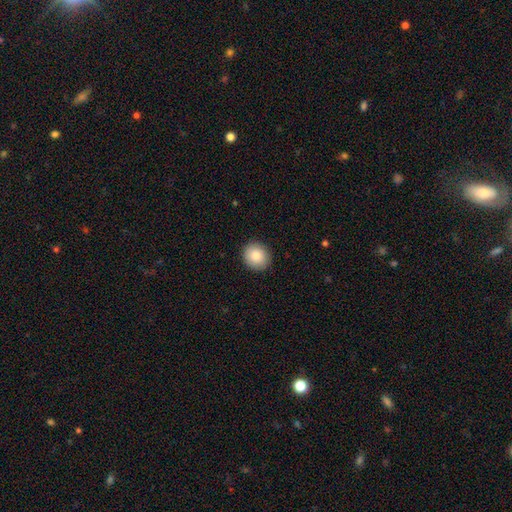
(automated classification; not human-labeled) The model was most divided on "how rounded": round: 78%, in between: 21%, cigar-shaped: 1%. More confident: merging — none (90%); smooth or featured — smooth (86%).